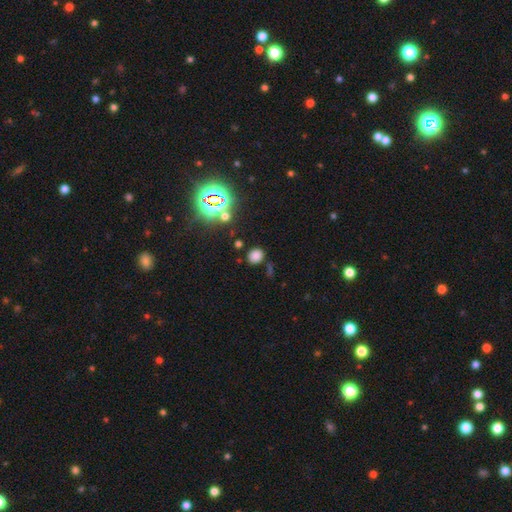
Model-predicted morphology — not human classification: This is likely a smooth galaxy (71%). How rounded: likely round (69%). Merging: clearly none (82%).